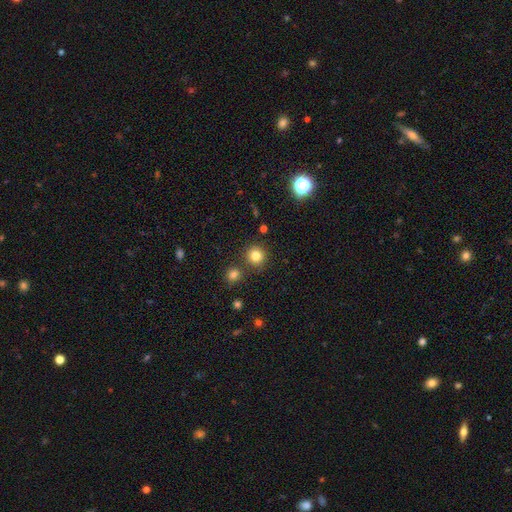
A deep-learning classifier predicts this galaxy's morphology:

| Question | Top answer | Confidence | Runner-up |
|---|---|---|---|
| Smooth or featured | smooth | 81% | star or artifact (13%) |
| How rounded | round | 93% | in between (6%) |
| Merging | none | 83% | merger (7%) |